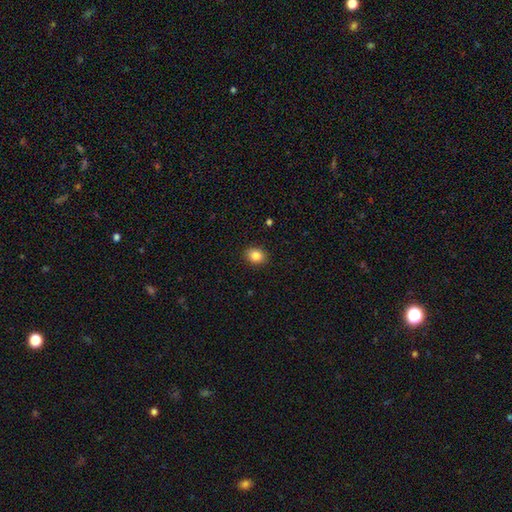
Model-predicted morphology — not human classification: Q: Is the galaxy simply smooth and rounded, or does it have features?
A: smooth — 85%.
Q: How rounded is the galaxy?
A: in between — 53%.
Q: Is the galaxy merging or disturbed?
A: none — 90%.